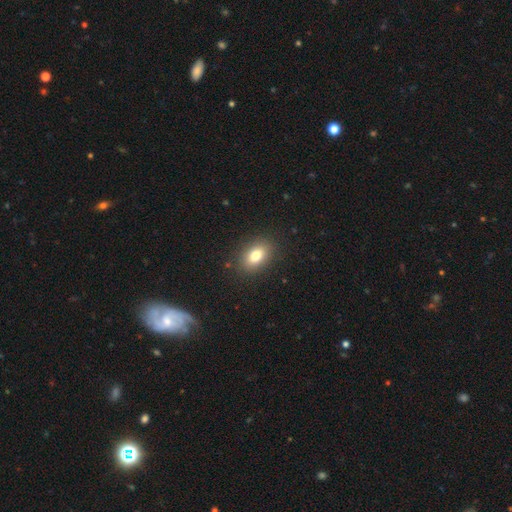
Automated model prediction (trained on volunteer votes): Morphology: type=smooth (79%); roundness=in between (81%); merging=none (87%).